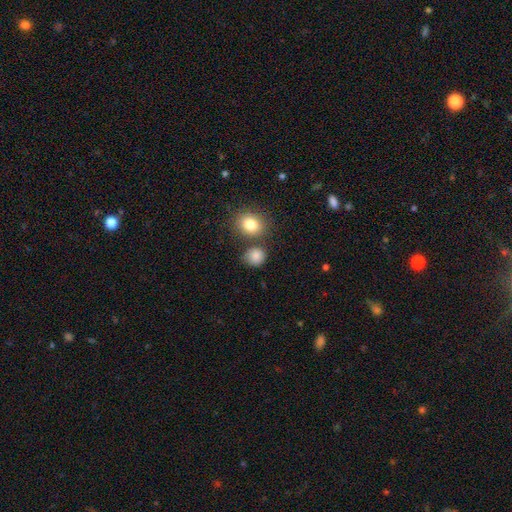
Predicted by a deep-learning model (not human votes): A smooth galaxy with no disk features (84%) that is round (78%).

Vote fractions:
- Smooth or featured? smooth: 84% / star or artifact: 10% / featured or disk: 6%
- How rounded? round: 78% / in between: 21% / cigar-shaped: 1%
- Merging? none: 68% / minor disturbance: 14% / merger: 14% / major disturbance: 4%